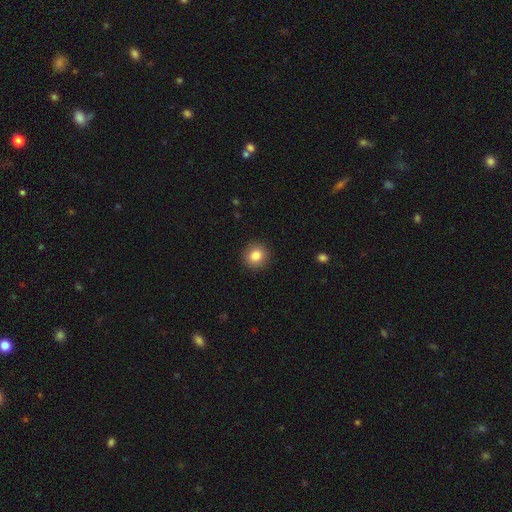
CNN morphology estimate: type=smooth (84%); roundness=round (89%); merging=none (92%).